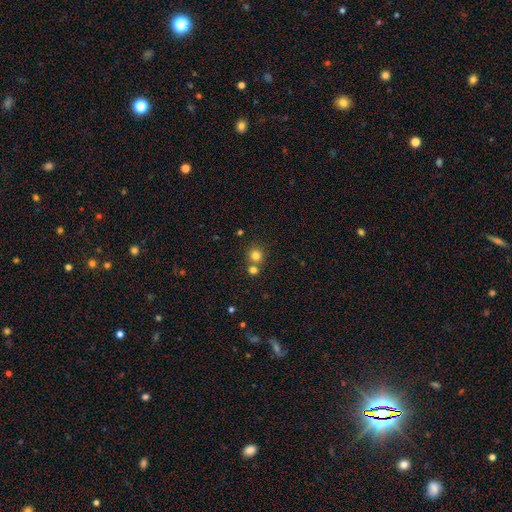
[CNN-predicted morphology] This is likely a smooth galaxy (79%). How rounded: clearly round (91%). Merging: likely none (65%).